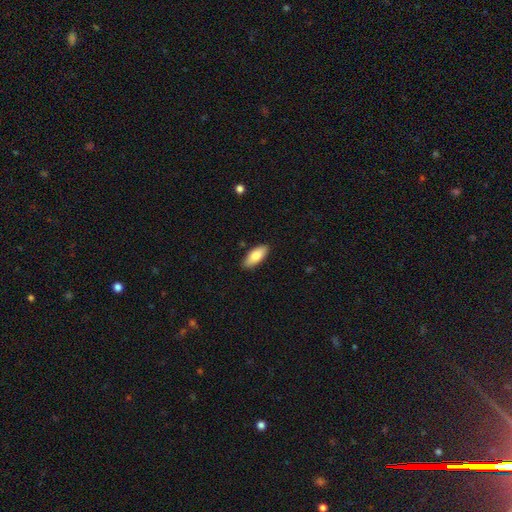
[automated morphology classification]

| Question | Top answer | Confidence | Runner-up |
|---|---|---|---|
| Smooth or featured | smooth | 81% | featured or disk (13%) |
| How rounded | in between | 83% | cigar-shaped (15%) |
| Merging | none | 88% | minor disturbance (9%) |